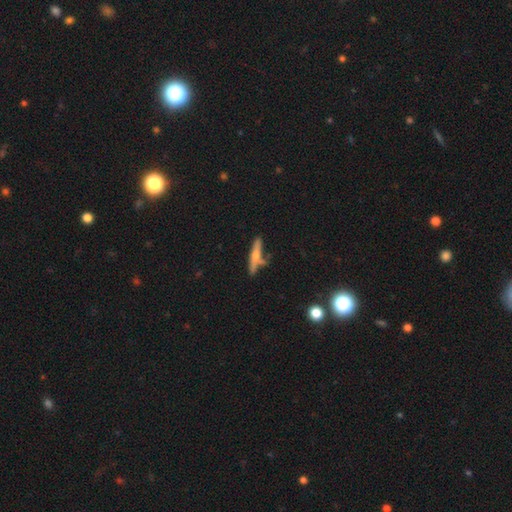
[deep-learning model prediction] This is possibly a featured or disk galaxy (46%, tied with smooth). Merging: possibly none (59%).